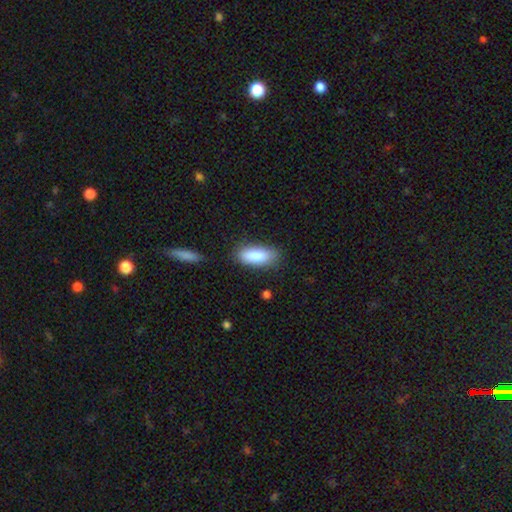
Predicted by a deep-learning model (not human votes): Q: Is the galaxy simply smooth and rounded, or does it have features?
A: smooth — 87%.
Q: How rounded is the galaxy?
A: in between — 80%.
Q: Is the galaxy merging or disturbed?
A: none — 81%.